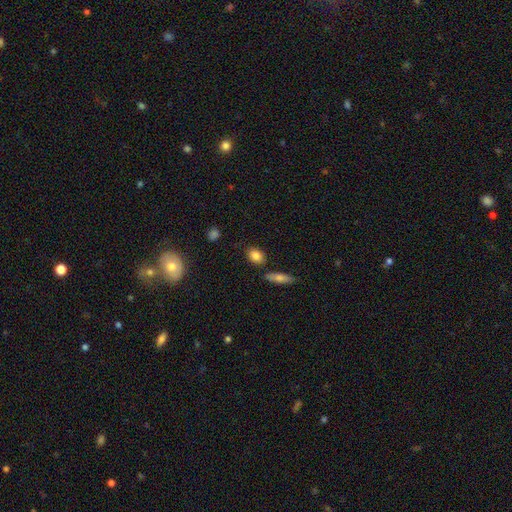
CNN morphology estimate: Smooth or featured? smooth (84%)
How rounded? in between (71%)
Merging? none (78%)